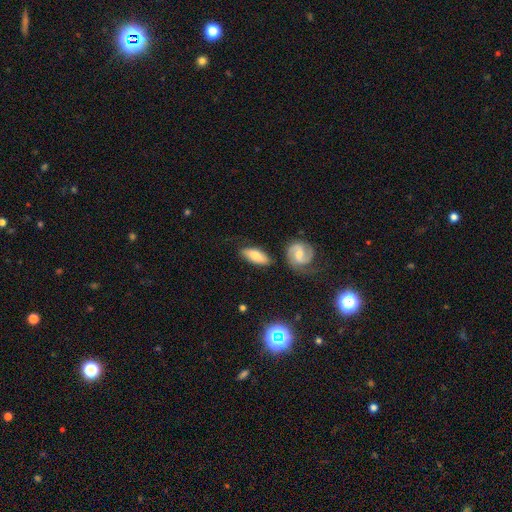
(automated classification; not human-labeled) Smooth or featured? smooth (69%)
How rounded? in between (75%)
Merging? none (73%)